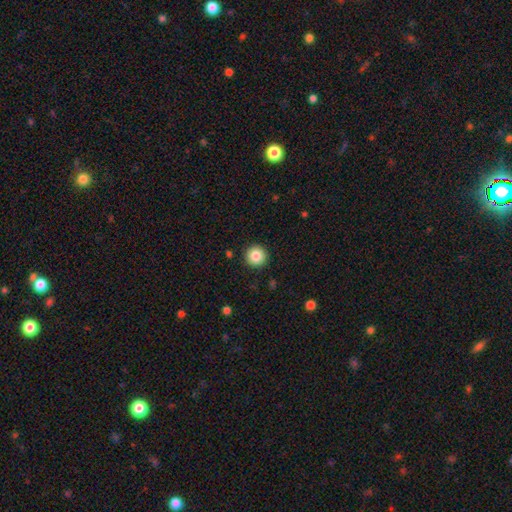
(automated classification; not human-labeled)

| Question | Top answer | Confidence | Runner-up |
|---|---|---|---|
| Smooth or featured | smooth | 86% | star or artifact (9%) |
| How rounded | round | 96% | in between (3%) |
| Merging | none | 92% | minor disturbance (5%) |